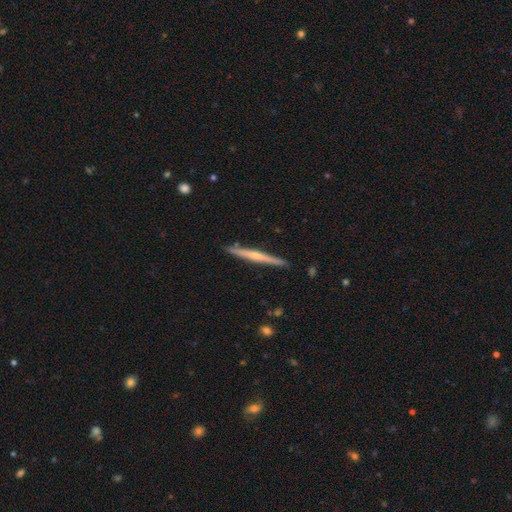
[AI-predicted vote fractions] Smooth or featured? Predicted: featured or disk (p=0.60). Edge-on disk? Predicted: yes (p=0.98). Edge-on bulge? Predicted: none (p=0.46). Merging? Predicted: none (p=0.90).